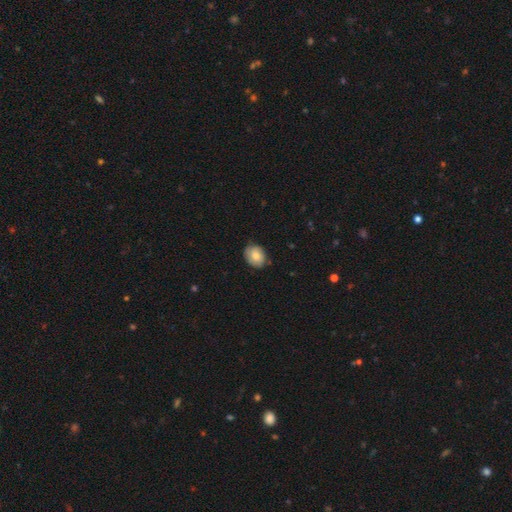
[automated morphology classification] Q: Smooth or featured?
A: smooth (76%); runner-up: featured or disk (16%)
Q: How rounded?
A: in between (54%); runner-up: round (45%)
Q: Merging?
A: none (73%); runner-up: minor disturbance (23%)